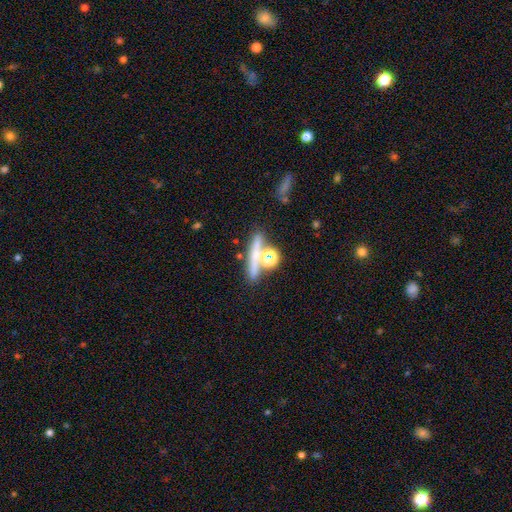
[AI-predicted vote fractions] Smooth or featured? Predicted: smooth (p=0.50). Merging? Predicted: none (p=0.64).